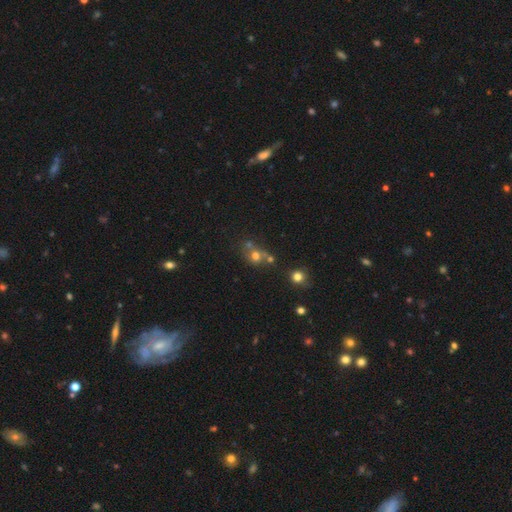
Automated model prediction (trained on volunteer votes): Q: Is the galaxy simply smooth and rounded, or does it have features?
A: smooth — 65%.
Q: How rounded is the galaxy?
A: round — 74%.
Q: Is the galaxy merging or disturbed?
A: none — 44%.